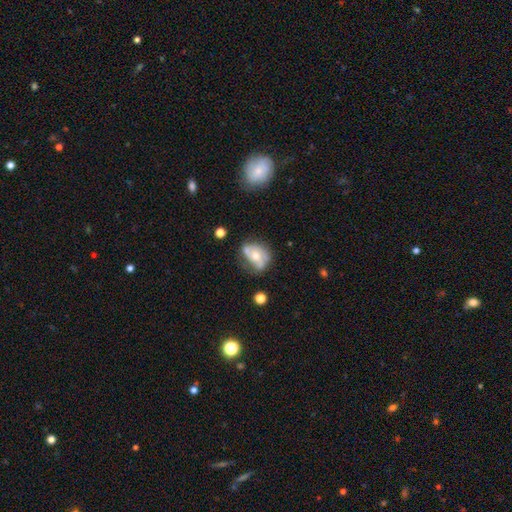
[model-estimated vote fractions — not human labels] Smooth or featured? featured or disk (55%)
Edge-on disk? no (95%)
Bar? no (72%)
Spiral arms? yes (54%)
Bulge size? moderate (62%)
Merging? none (46%)